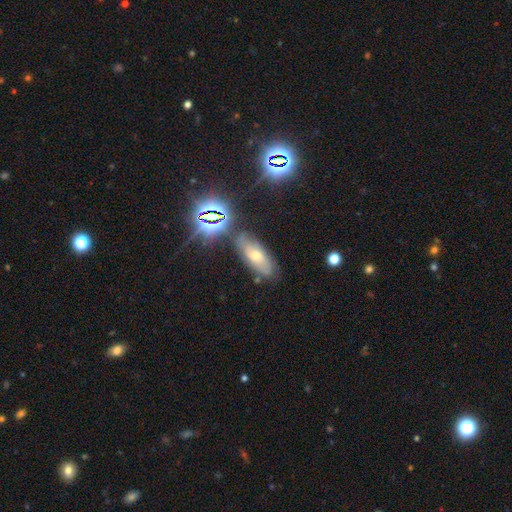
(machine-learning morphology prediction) Smooth or featured? Predicted: star or artifact (p=0.36).